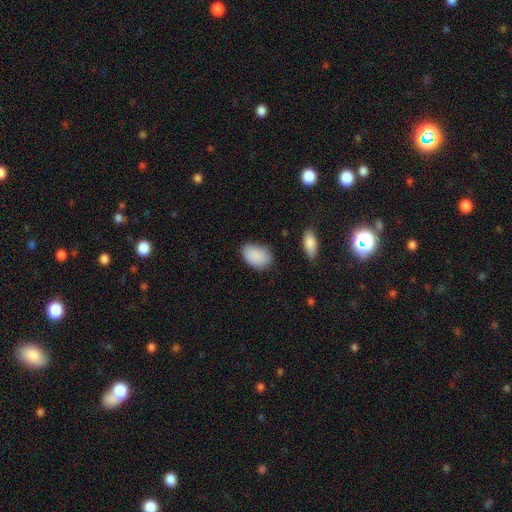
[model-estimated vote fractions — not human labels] A smooth galaxy with no disk features (89%) that is in between round and cigar-shaped (89%).

Vote fractions:
- Smooth or featured? smooth: 89% / star or artifact: 6% / featured or disk: 5%
- How rounded? in between: 89% / round: 10% / cigar-shaped: 1%
- Merging? none: 74% / minor disturbance: 20% / major disturbance: 4% / merger: 2%